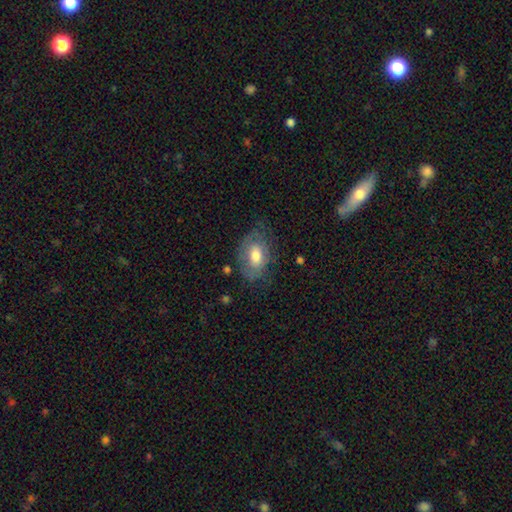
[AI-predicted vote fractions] smooth_or_featured: smooth (p=0.57) [alt: featured or disk p=0.36]
how_rounded: in between (p=0.85) [alt: round p=0.13]
merging: none (p=0.63) [alt: minor disturbance p=0.24]